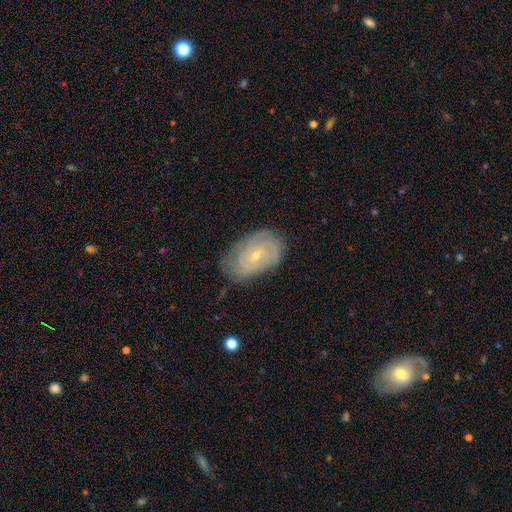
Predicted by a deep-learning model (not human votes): Smooth or featured? featured or disk (77%)
Edge-on disk? no (96%)
Bar? no (68%)
Spiral arms? yes (92%)
Spiral winding? tight (73%)
Spiral arm count? can't tell (40%)
Bulge size? small (70%)
Merging? none (72%)